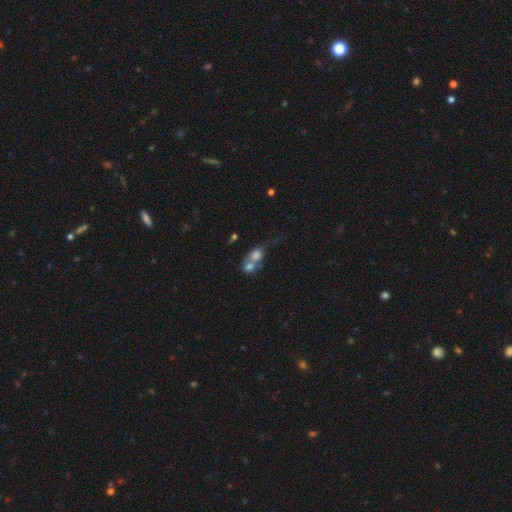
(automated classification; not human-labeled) Smooth or featured?
  - smooth: 69% *
  - featured or disk: 20%
  - star or artifact: 11%
How rounded?
  - round: 57% *
  - in between: 40%
  - cigar-shaped: 3%
Merging?
  - merger: 69% *
  - none: 18%
  - minor disturbance: 6%
  - major disturbance: 6%